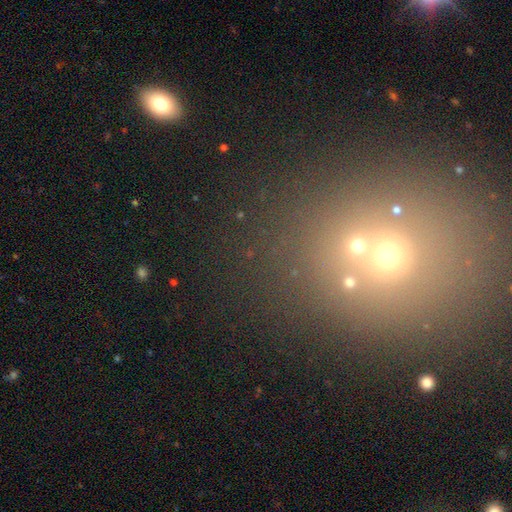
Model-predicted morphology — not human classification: This appears to be a smooth galaxy with no disk features (46%). Merging: none (68%).